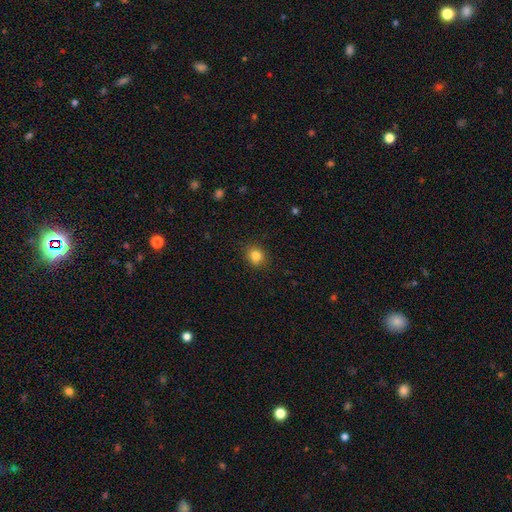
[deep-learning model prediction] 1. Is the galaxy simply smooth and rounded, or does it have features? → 83% smooth, 11% star or artifact, 6% featured or disk.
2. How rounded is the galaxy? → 76% round, 23% in between, 1% cigar-shaped.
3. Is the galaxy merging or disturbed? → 88% none, 9% minor disturbance, 2% major disturbance, 1% merger.